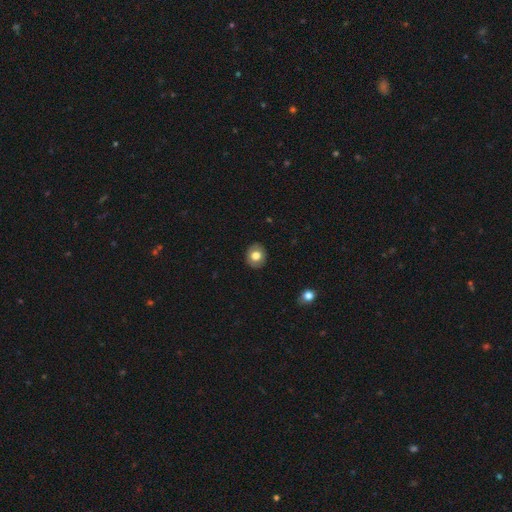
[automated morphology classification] Q: Smooth or featured?
A: smooth (75%); runner-up: featured or disk (17%)
Q: How rounded?
A: round (74%); runner-up: in between (25%)
Q: Merging?
A: none (89%); runner-up: minor disturbance (8%)